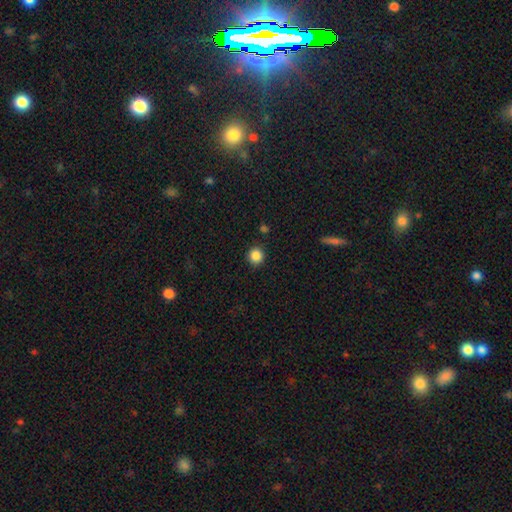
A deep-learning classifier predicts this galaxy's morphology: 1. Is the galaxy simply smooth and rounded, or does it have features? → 86% smooth, 11% star or artifact, 3% featured or disk.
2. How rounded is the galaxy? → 94% round, 5% in between, 1% cigar-shaped.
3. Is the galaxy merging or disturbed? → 90% none, 6% minor disturbance, 2% major disturbance, 2% merger.